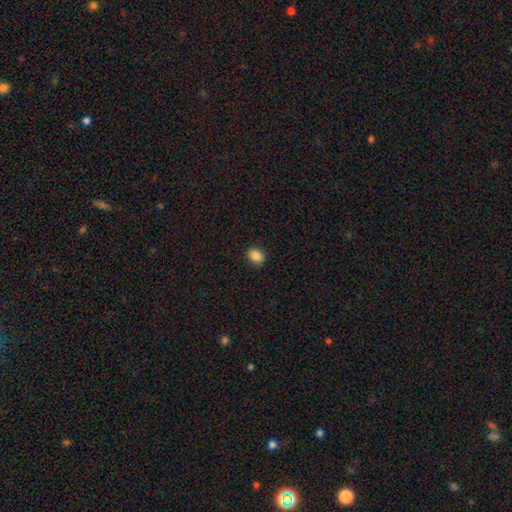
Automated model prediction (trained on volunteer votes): Morphology: type=smooth (87%); roundness=in between (55%); merging=none (90%).